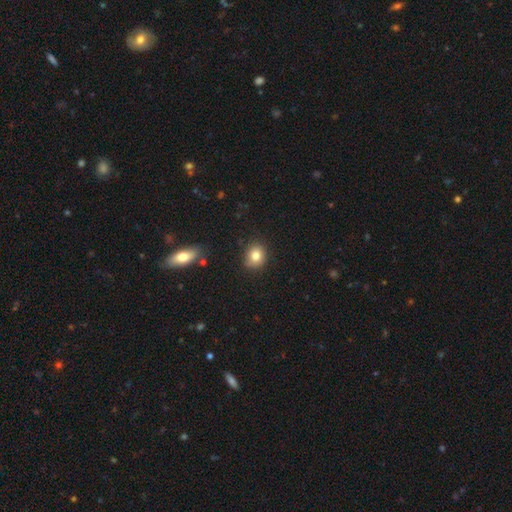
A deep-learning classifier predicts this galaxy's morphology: This is clearly a smooth galaxy (82%). How rounded: likely round (68%). Merging: likely none (80%).